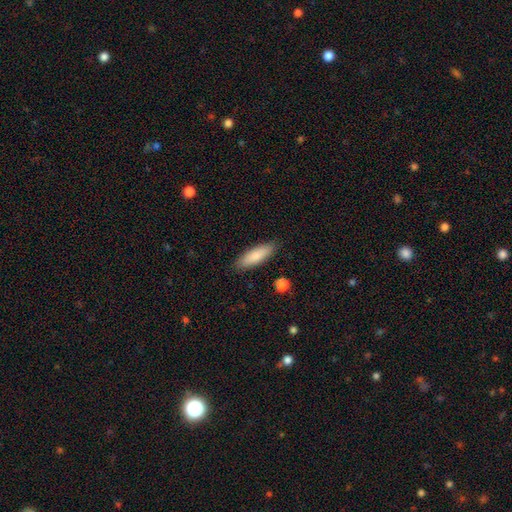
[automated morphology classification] A smooth galaxy with no disk features (83%) that is cigar-shaped (54%).

Vote fractions:
- Smooth or featured? smooth: 83% / featured or disk: 11% / star or artifact: 6%
- How rounded? cigar-shaped: 54% / in between: 45% / round: 2%
- Merging? none: 88% / minor disturbance: 8% / major disturbance: 2% / merger: 1%